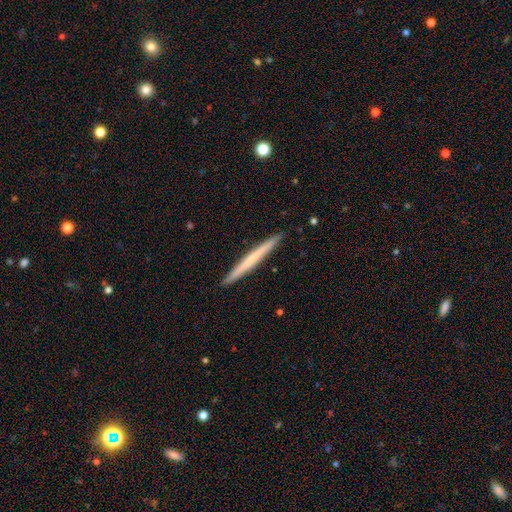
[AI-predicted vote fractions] Morphology: type=smooth (52%); roundness=cigar-shaped (97%); merging=none (92%).